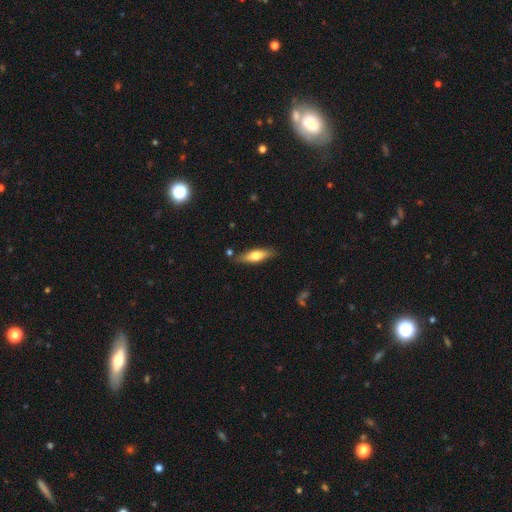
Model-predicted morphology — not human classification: Smooth or featured? smooth (59%)
How rounded? cigar-shaped (57%)
Merging? none (82%)